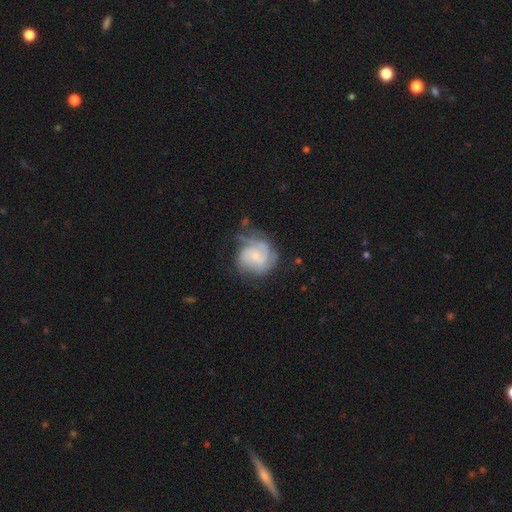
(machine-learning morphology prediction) A featured or disk galaxy (68%) with no bar (56%), tight (43%) spiral arms (89%) and a small central bulge (57%). Merging: none (54%).